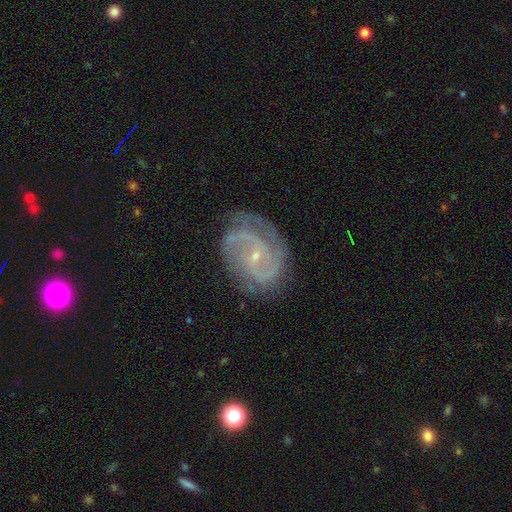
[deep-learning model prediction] Morphology: type=featured or disk (88%); edge-on=no (98%); bar=no (58%); spiral arms=yes (97%); winding=tight (45%); arm count=2 (63%); bulge=small (83%); merging=none (72%).